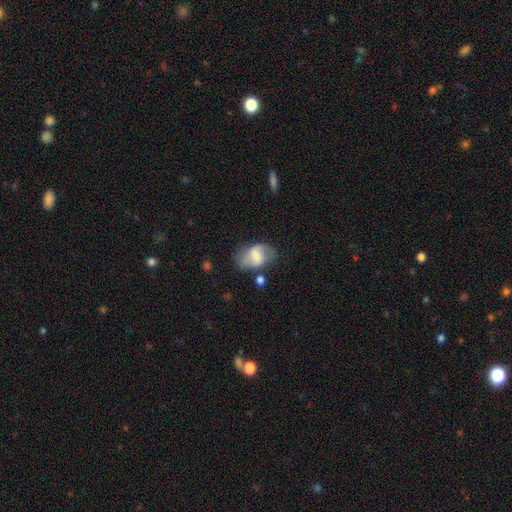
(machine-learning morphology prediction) type=featured or disk (47%); merging=none (54%).